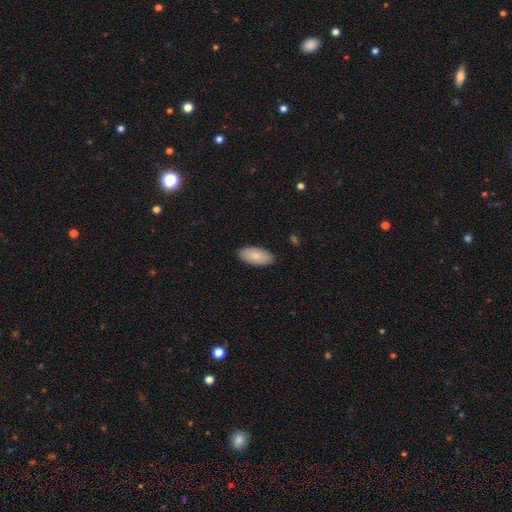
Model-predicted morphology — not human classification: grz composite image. It shows a smooth galaxy with no disk features (85%) that is in between round and cigar-shaped (92%). Merging: none (87%).